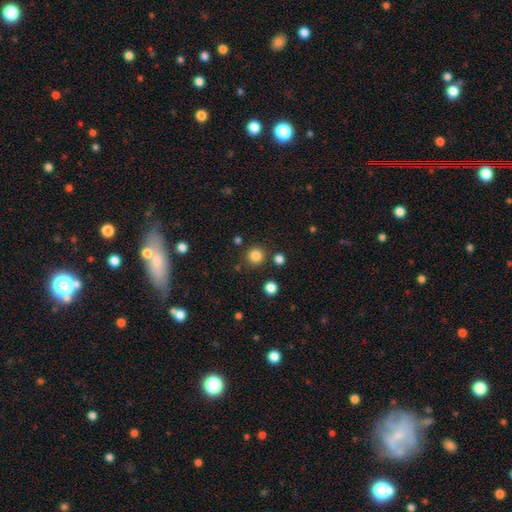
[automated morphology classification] smooth_or_featured: smooth (p=0.84) [alt: star or artifact p=0.13]
how_rounded: round (p=0.94) [alt: in between p=0.05]
merging: none (p=0.86) [alt: minor disturbance p=0.07]